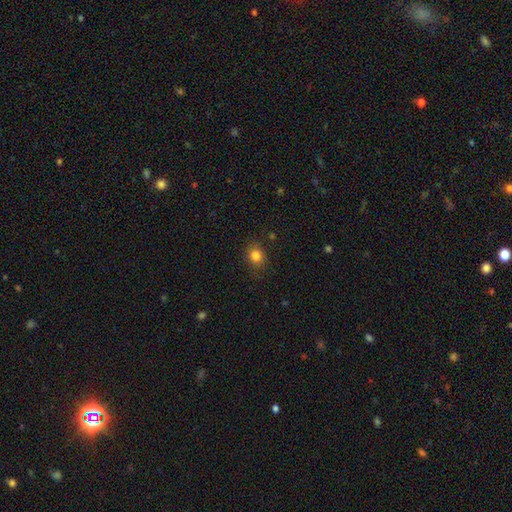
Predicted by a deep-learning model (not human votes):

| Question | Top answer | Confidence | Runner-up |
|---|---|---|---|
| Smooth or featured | smooth | 82% | star or artifact (12%) |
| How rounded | round | 66% | in between (34%) |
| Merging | none | 84% | minor disturbance (12%) |